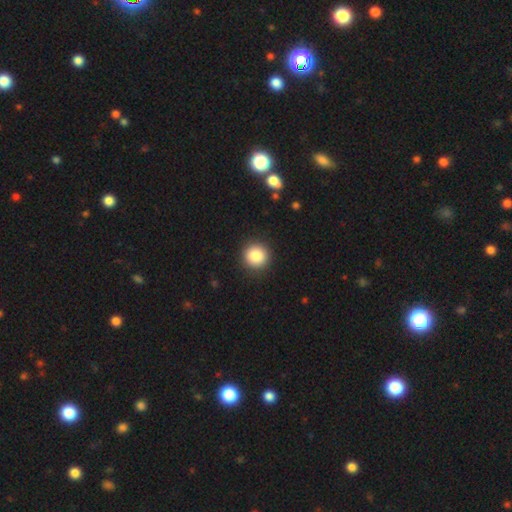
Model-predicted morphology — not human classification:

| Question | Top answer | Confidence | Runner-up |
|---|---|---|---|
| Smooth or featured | smooth | 85% | star or artifact (9%) |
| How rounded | round | 94% | in between (5%) |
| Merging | none | 92% | minor disturbance (5%) |